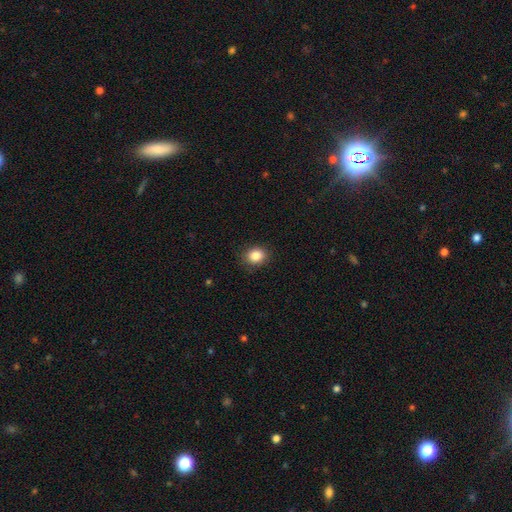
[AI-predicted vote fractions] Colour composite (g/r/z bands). It shows a smooth galaxy with no disk features (86%) that is round (56%). Merging: none (87%).